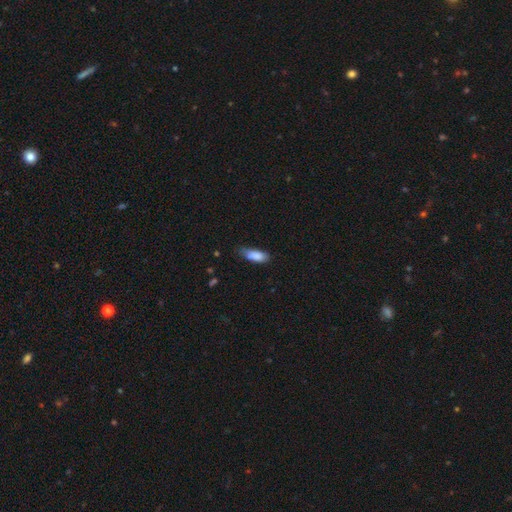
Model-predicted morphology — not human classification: Overall: smooth (86%). How rounded: in between (74%). Merging: none (57%; minor disturbance 34%).